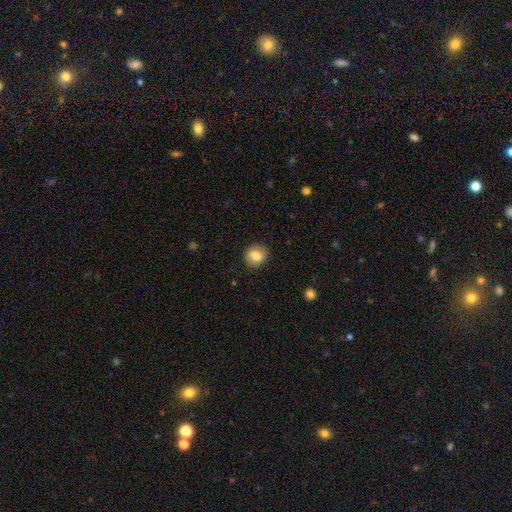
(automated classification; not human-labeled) The model was most divided on "how rounded": round: 78%, in between: 21%, cigar-shaped: 1%. More confident: merging — none (87%); smooth or featured — smooth (80%).